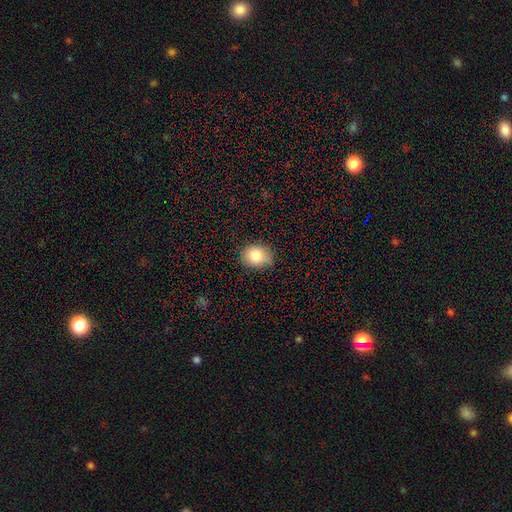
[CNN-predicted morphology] Overall: smooth (81%). How rounded: round (56%; in between 44%). Merging: none (79%).